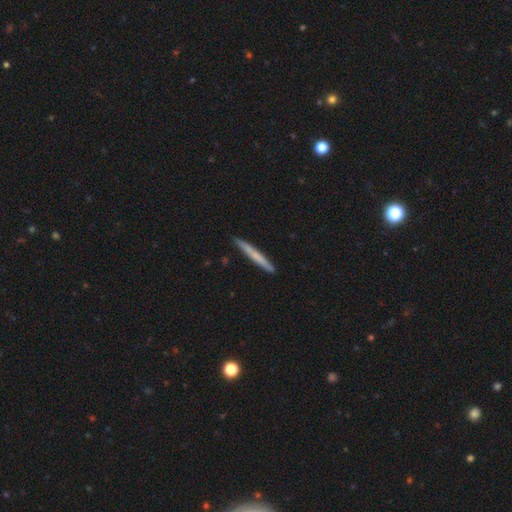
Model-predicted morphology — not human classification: The model was most divided on "smooth or featured": smooth: 57%, featured or disk: 38%, star or artifact: 5%. More confident: how rounded — cigar-shaped (97%); merging — none (91%).